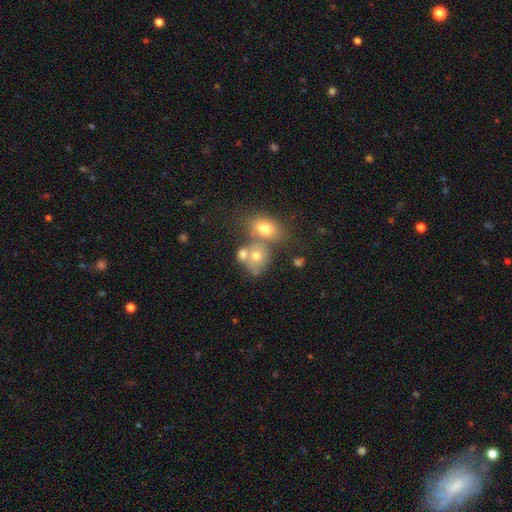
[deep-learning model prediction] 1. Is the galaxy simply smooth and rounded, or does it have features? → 64% smooth, 23% featured or disk, 13% star or artifact.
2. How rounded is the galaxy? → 50% round, 49% in between, 1% cigar-shaped.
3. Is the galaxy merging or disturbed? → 51% merger, 31% none, 11% minor disturbance, 7% major disturbance.